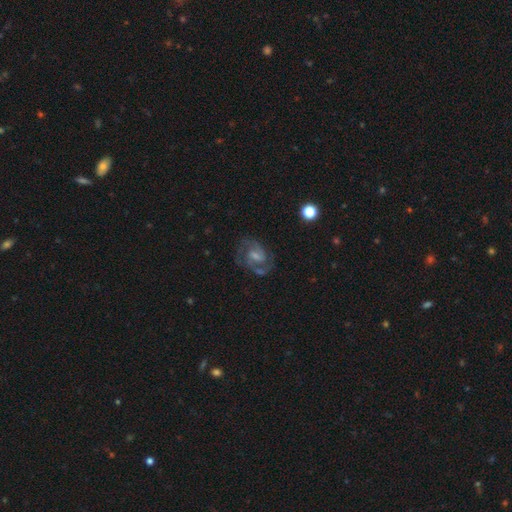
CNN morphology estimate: type=featured or disk (79%); edge-on=no (98%); bar=weak (55%); spiral arms=yes (93%); winding=medium (55%); arm count=2 (78%); bulge=small (40%); merging=none (65%).